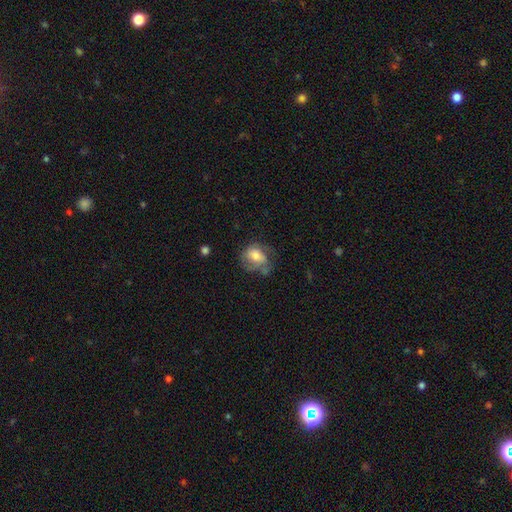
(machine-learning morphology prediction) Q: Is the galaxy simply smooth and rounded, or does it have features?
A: smooth — 59%.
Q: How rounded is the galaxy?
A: round — 51%.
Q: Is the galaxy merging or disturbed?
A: none — 40%.